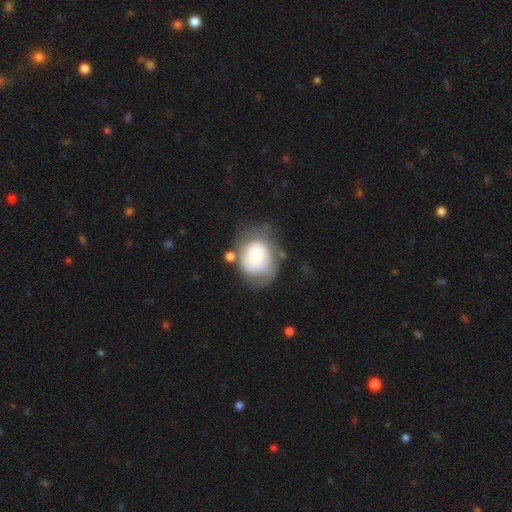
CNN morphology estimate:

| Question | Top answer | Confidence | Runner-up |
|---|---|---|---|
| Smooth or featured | smooth | 47% | featured or disk (46%) |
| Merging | none | 46% | minor disturbance (27%) |